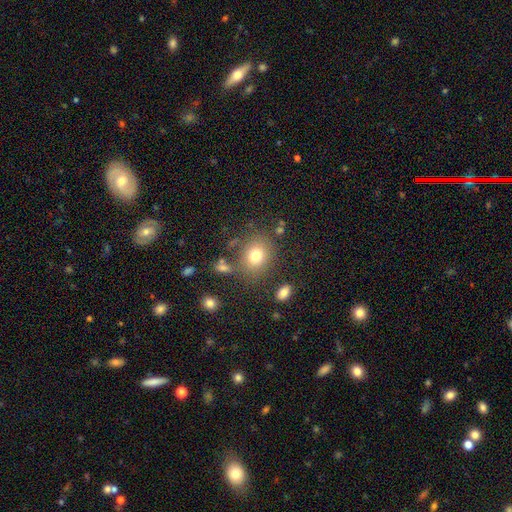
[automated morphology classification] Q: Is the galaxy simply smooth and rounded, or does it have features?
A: smooth — 76%.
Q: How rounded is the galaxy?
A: round — 59%.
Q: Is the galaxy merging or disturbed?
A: none — 76%.